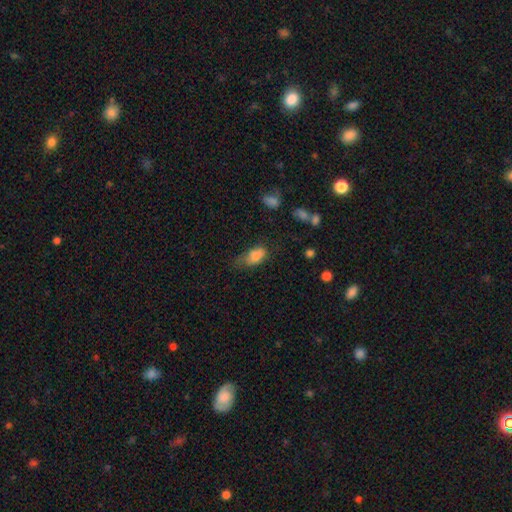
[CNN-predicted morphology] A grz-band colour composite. It shows a smooth galaxy with no disk features (80%) that is in between round and cigar-shaped (88%). Merging: none (40%).